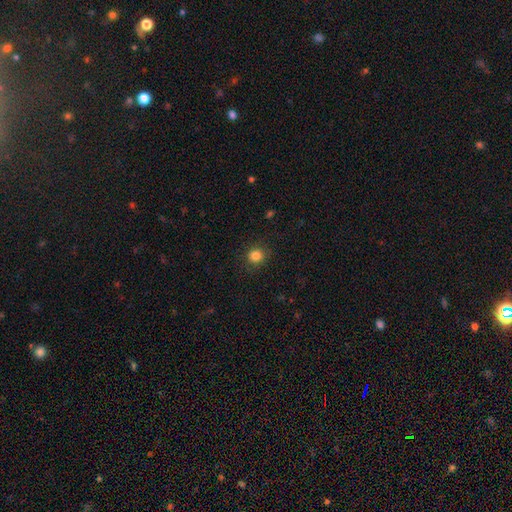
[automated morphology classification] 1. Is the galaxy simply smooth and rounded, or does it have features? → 83% smooth, 12% star or artifact, 5% featured or disk.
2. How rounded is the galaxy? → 90% round, 9% in between, 1% cigar-shaped.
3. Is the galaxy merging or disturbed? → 88% none, 8% minor disturbance, 3% major disturbance, 1% merger.